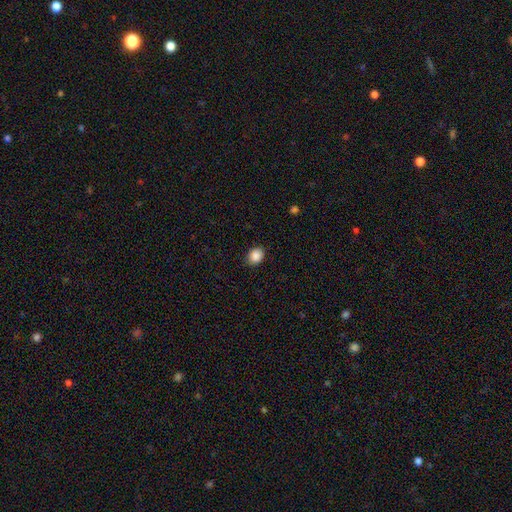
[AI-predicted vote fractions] smooth 88%, star or artifact 8%, featured or disk 3%. Down the decision tree: how rounded — in between (50%); merging — none (88%).